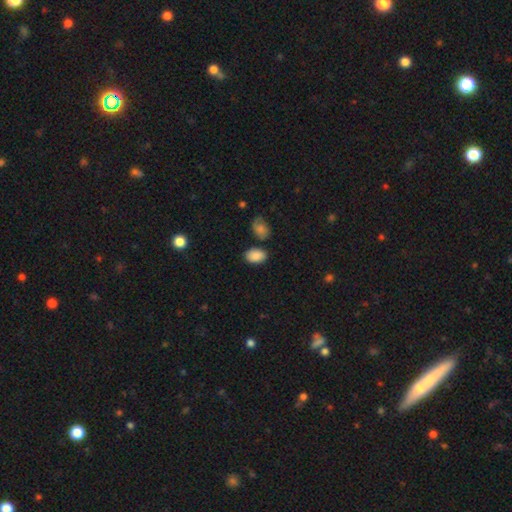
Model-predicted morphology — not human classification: smooth_or_featured: smooth (p=0.86) [alt: star or artifact p=0.08]
how_rounded: in between (p=0.87) [alt: round p=0.12]
merging: none (p=0.76) [alt: minor disturbance p=0.14]